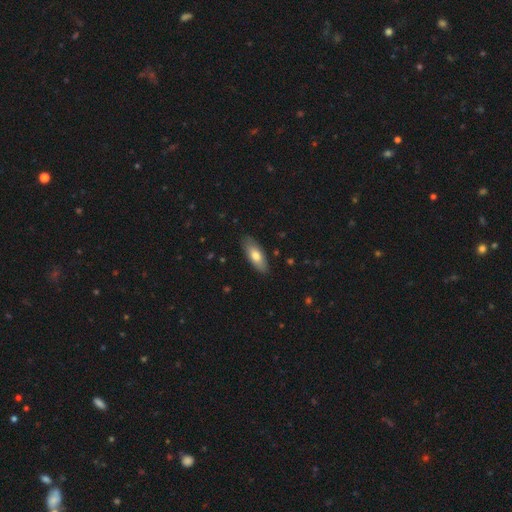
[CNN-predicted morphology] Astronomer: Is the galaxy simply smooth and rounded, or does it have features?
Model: smooth — 73%.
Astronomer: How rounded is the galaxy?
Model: in between — 79%.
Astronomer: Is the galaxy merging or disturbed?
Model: none — 86%.